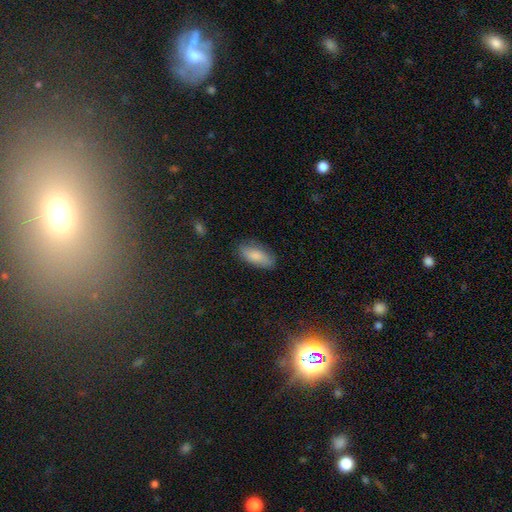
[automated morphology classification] smooth_or_featured: smooth (p=0.82) [alt: featured or disk p=0.12]
how_rounded: in between (p=0.88) [alt: cigar-shaped p=0.10]
merging: none (p=0.81) [alt: minor disturbance p=0.14]